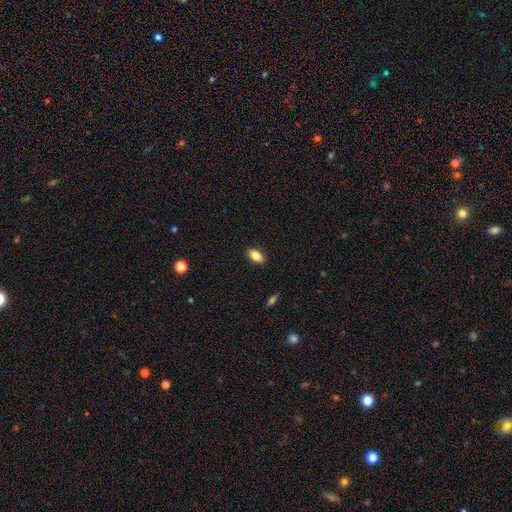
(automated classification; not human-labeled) smooth-or-featured: smooth: 83% | featured or disk: 9% | star or artifact: 8%
  how-rounded: in between: 90% | round: 5% | cigar-shaped: 5%
  merging: none: 89% | minor disturbance: 8% | major disturbance: 2% | merger: 1%